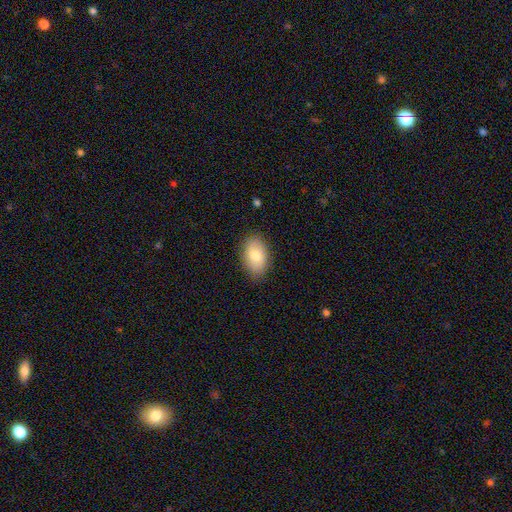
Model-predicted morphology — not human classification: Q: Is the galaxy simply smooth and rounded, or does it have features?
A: smooth — 80%.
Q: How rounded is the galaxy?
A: in between — 91%.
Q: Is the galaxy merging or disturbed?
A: none — 85%.